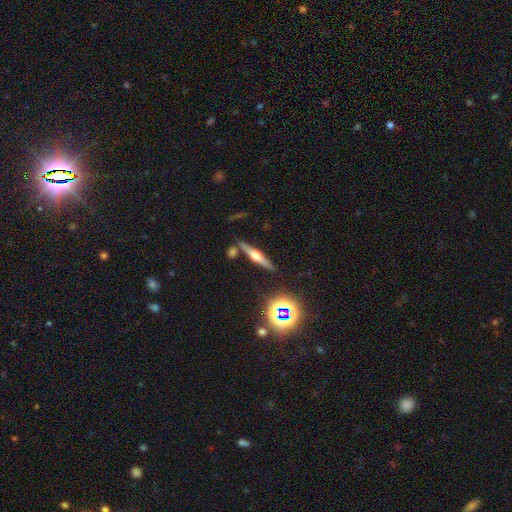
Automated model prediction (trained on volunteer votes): smooth-or-featured: featured or disk: 65% | smooth: 23% | star or artifact: 12%
  disk-edge-on: yes: 96% | no: 4%
    edge-on-bulge: rounded: 89% | boxy: 7% | none: 4%
  merging: none: 83% | minor disturbance: 9% | merger: 6% | major disturbance: 2%